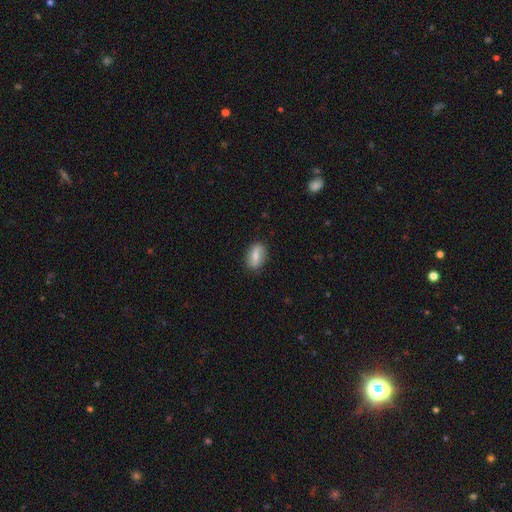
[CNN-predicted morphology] smooth-or-featured: smooth: 67% | featured or disk: 25% | star or artifact: 7%
  how-rounded: in between: 85% | round: 11% | cigar-shaped: 4%
  merging: none: 84% | minor disturbance: 12% | major disturbance: 3% | merger: 1%